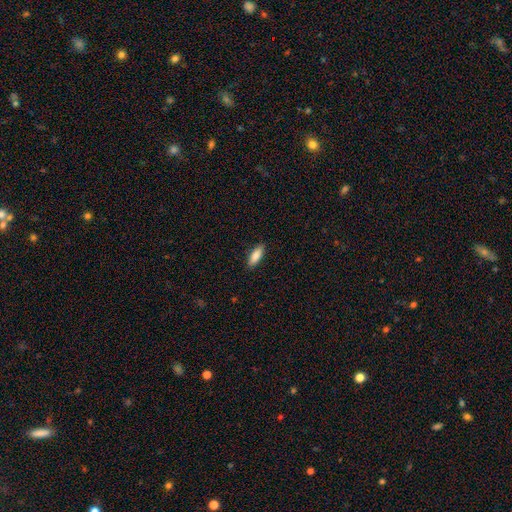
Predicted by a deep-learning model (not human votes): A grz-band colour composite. It shows a smooth galaxy with no disk features (85%) that is in between round and cigar-shaped (67%). Merging: none (89%).